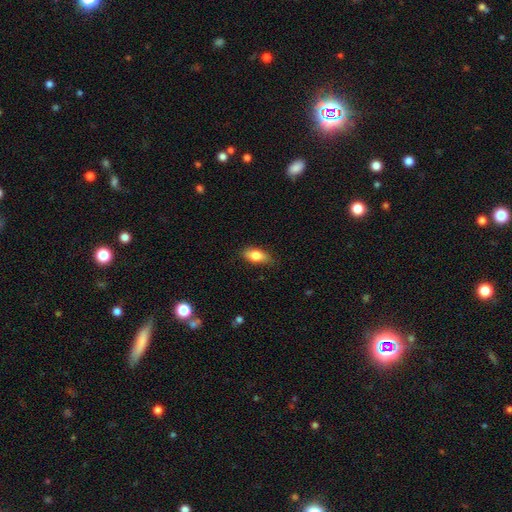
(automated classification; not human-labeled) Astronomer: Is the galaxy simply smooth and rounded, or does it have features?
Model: smooth — 82%.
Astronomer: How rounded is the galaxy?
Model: in between — 86%.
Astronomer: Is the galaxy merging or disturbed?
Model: none — 77%.